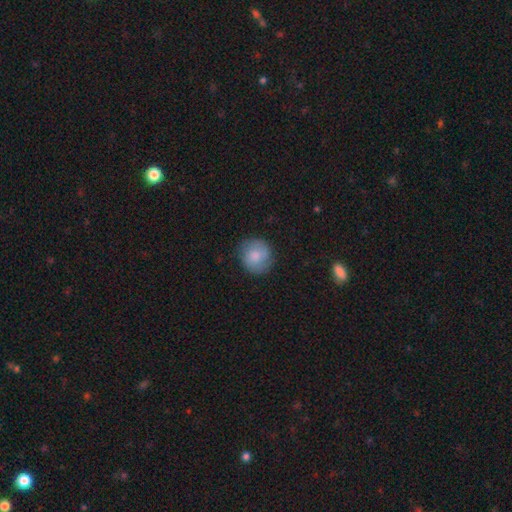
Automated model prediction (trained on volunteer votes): Smooth or featured: smooth — 74% (featured or disk — 18%)
How rounded: round — 90% (in between — 9%)
Merging: none — 81% (minor disturbance — 14%)